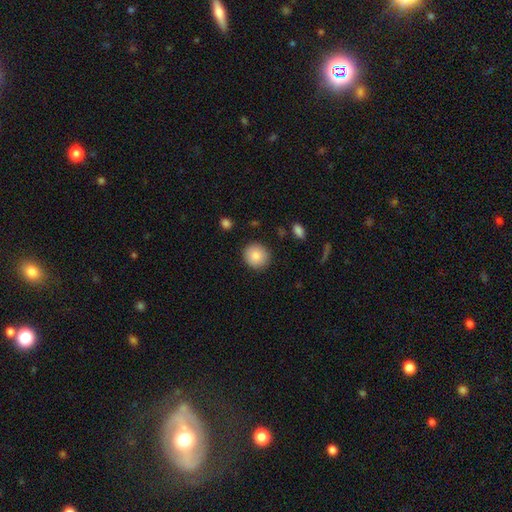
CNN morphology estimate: Smooth or featured? Predicted: smooth (p=0.87). How rounded? Predicted: round (p=0.89). Merging? Predicted: none (p=0.90).